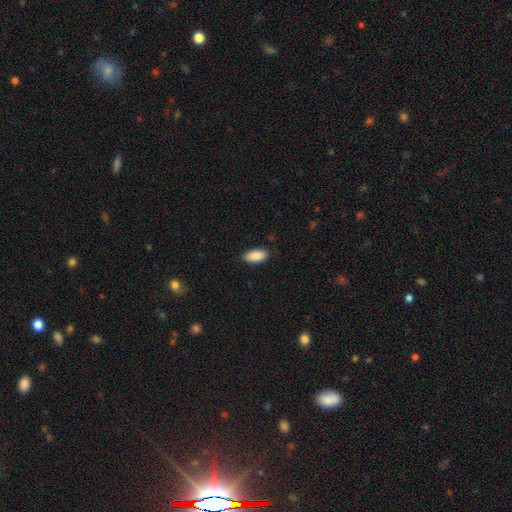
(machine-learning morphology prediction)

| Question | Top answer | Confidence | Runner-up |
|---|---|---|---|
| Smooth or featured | smooth | 90% | star or artifact (6%) |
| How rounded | in between | 93% | cigar-shaped (5%) |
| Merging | none | 87% | minor disturbance (10%) |